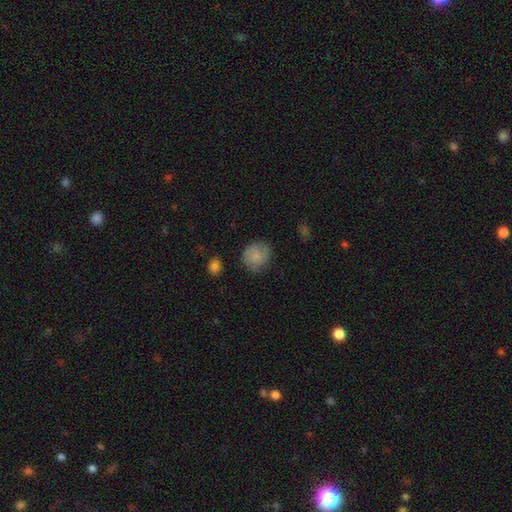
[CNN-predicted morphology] Smooth or featured? Predicted: smooth (p=0.77). How rounded? Predicted: round (p=0.85). Merging? Predicted: none (p=0.76).